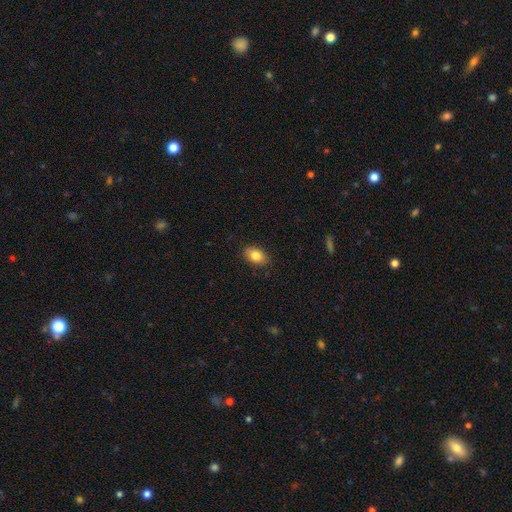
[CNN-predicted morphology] Smooth or featured? Predicted: smooth (p=0.83). How rounded? Predicted: in between (p=0.88). Merging? Predicted: none (p=0.86).